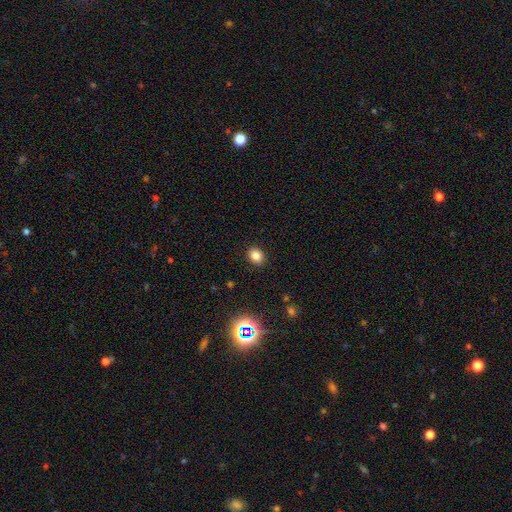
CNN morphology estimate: The model was most divided on "how rounded": round: 54%, in between: 45%, cigar-shaped: 1%. More confident: merging — none (90%); smooth or featured — smooth (82%).